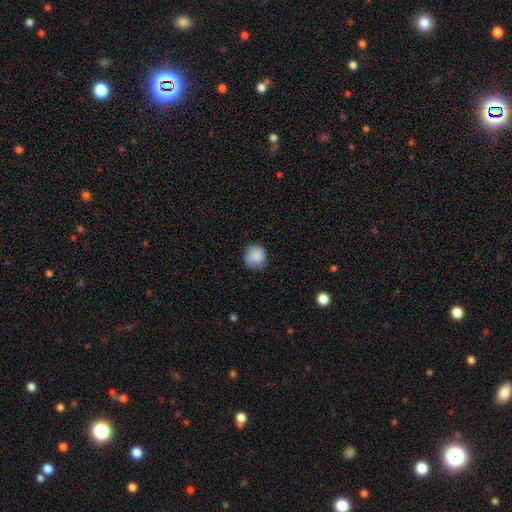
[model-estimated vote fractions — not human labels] Q: Smooth or featured?
A: smooth (85%); runner-up: featured or disk (8%)
Q: How rounded?
A: round (88%); runner-up: in between (11%)
Q: Merging?
A: none (71%); runner-up: minor disturbance (23%)